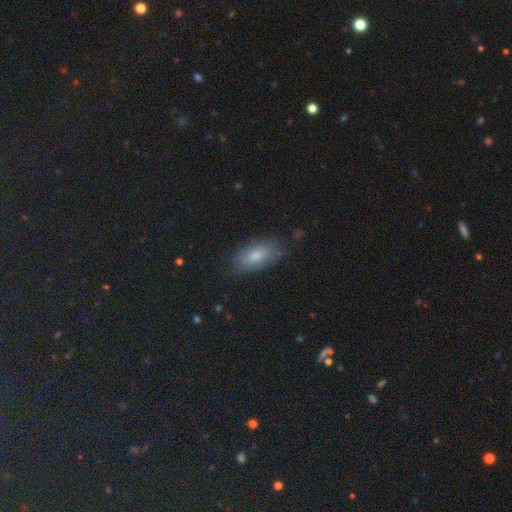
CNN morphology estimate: Smooth or featured: smooth — 77% (featured or disk — 15%)
How rounded: in between — 88% (cigar-shaped — 8%)
Merging: none — 77% (minor disturbance — 18%)